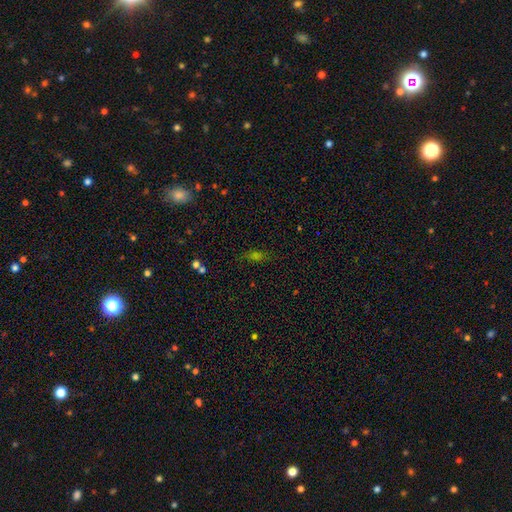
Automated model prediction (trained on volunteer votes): A smooth galaxy with no disk features (46%).

Vote fractions:
- Smooth or featured? smooth: 46% / star or artifact: 39% / featured or disk: 15%
- Merging? none: 74% / minor disturbance: 15% / major disturbance: 7% / merger: 3%